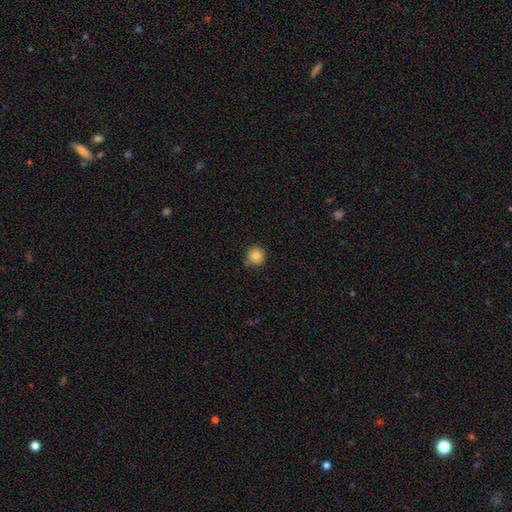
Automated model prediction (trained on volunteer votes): Smooth or featured: smooth — 83% (star or artifact — 10%)
How rounded: round — 95% (in between — 4%)
Merging: none — 82% (minor disturbance — 12%)